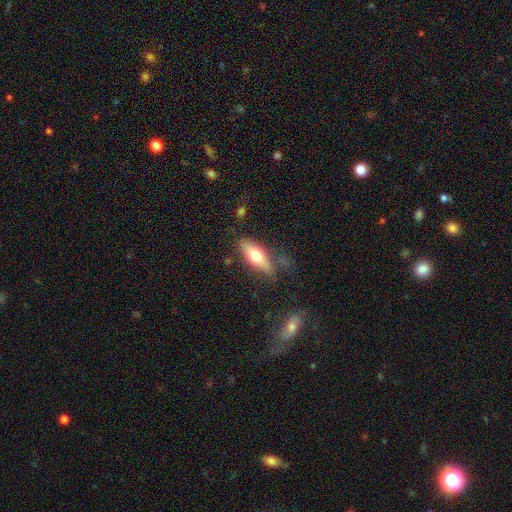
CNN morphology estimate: Overall: smooth (59%; featured or disk 34%). How rounded: in between (59%; cigar-shaped 38%). Merging: none (72%).